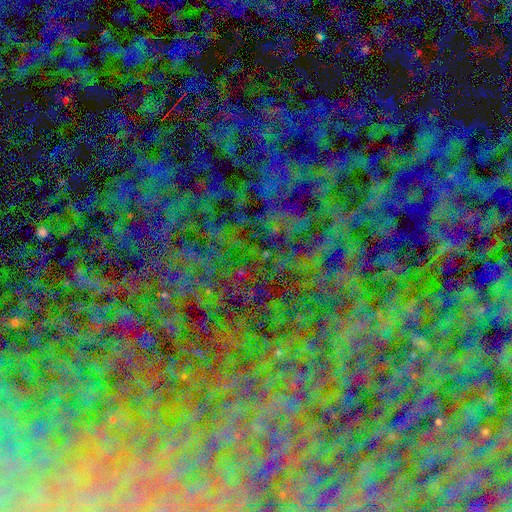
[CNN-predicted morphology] Q: Smooth or featured?
A: star or artifact (81%); runner-up: smooth (10%)